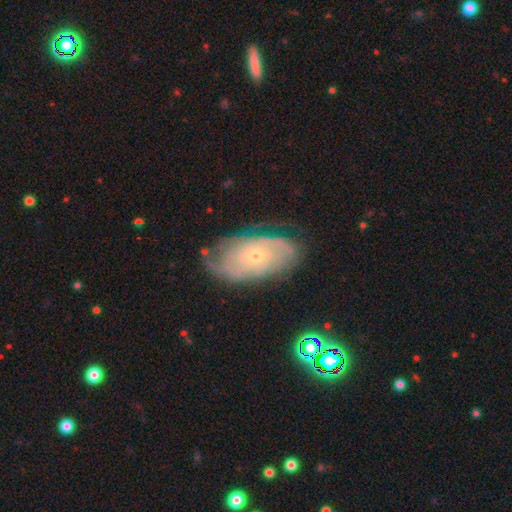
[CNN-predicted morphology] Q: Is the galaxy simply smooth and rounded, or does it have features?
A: featured or disk — 82%.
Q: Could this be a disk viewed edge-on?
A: no — 95%.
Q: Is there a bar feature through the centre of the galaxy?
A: no — 81%.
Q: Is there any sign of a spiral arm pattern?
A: yes — 94%.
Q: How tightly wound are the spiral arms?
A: tight — 70%.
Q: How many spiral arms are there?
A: can't tell — 39%.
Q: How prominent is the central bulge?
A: small — 79%.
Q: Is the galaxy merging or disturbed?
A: none — 73%.